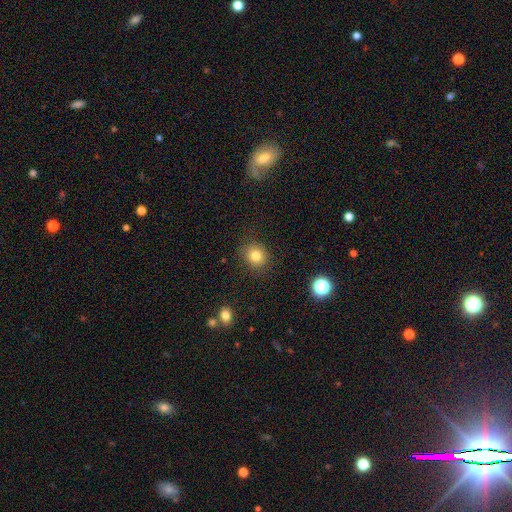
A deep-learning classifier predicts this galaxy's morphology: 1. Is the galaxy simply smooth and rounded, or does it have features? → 81% smooth, 12% star or artifact, 7% featured or disk.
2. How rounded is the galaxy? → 82% round, 17% in between, 1% cigar-shaped.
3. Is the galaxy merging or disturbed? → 86% none, 9% minor disturbance, 3% major disturbance, 1% merger.